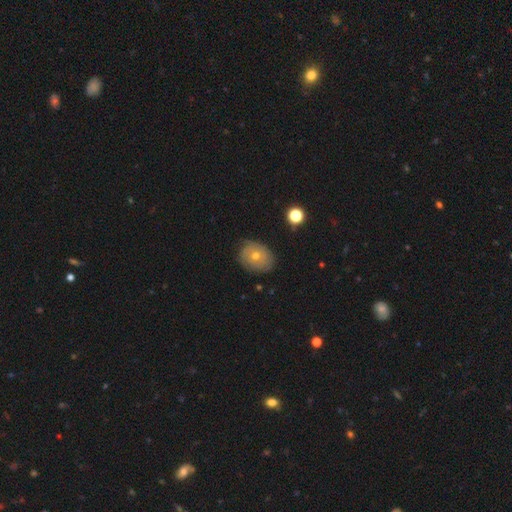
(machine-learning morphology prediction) The model was most divided on "how rounded": round: 53%, in between: 46%, cigar-shaped: 1%. More confident: merging — none (79%); smooth or featured — smooth (53%).